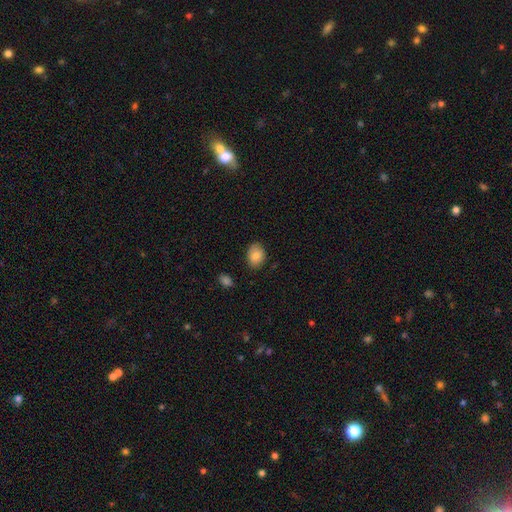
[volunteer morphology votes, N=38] smooth-or-featured: smooth: 92% | star or artifact: 8% | featured or disk: 0%
  how-rounded: in between: 77% | round: 23% | cigar-shaped: 0%
  merging: none: 83% | minor disturbance: 11% | major disturbance: 3% | merger: 3%